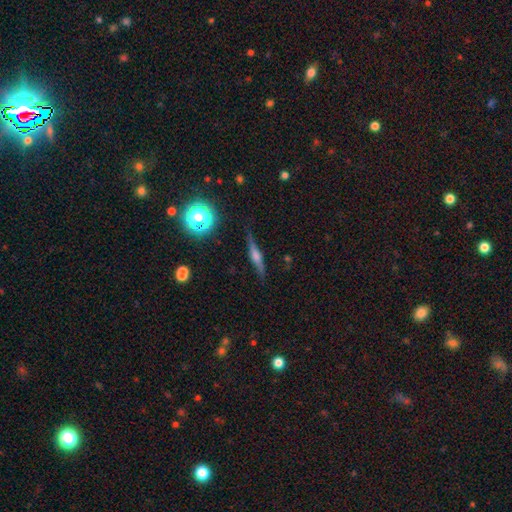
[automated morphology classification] Q: Smooth or featured?
A: featured or disk (68%); runner-up: smooth (21%)
Q: Edge-on disk?
A: yes (96%); runner-up: no (4%)
Q: Edge-on bulge?
A: rounded (81%); runner-up: boxy (14%)
Q: Merging?
A: none (85%); runner-up: minor disturbance (11%)